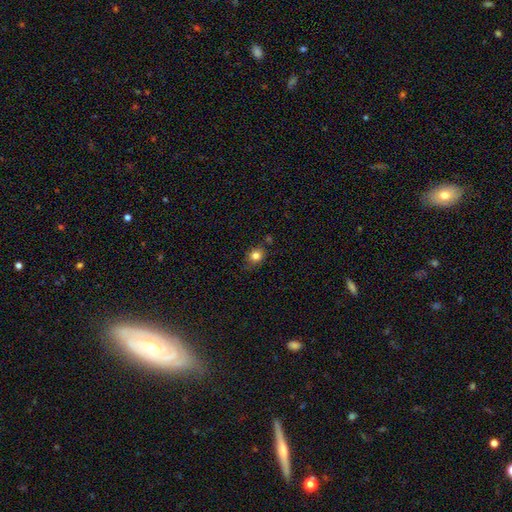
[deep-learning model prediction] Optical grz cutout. It shows a smooth galaxy with no disk features (82%) that is round (72%). Merging: none (75%).